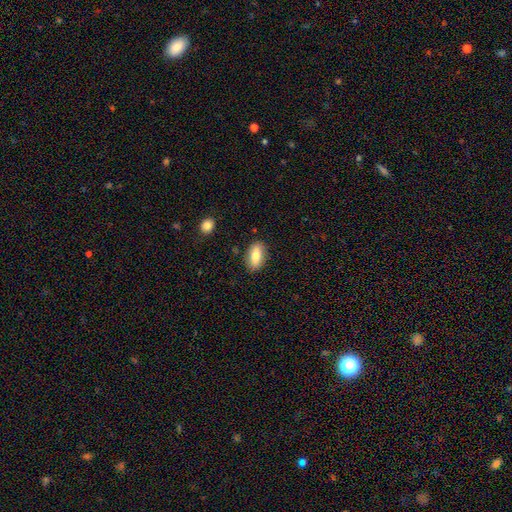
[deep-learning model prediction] Smooth or featured?
  - smooth: 75% *
  - featured or disk: 19%
  - star or artifact: 7%
How rounded?
  - in between: 87% *
  - cigar-shaped: 9%
  - round: 4%
Merging?
  - none: 86% *
  - minor disturbance: 10%
  - major disturbance: 2%
  - merger: 2%